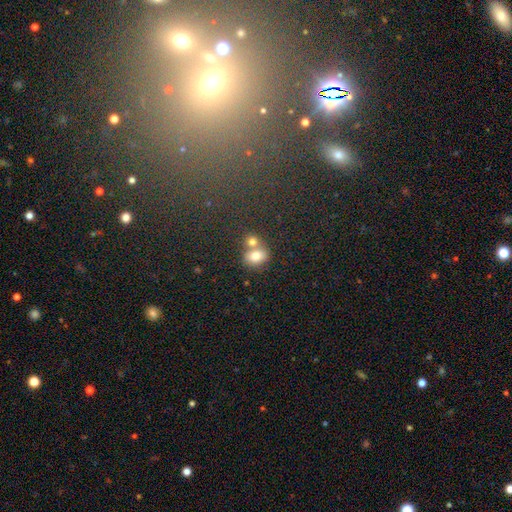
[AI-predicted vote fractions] smooth_or_featured: smooth (p=0.77) [alt: featured or disk p=0.12]
how_rounded: in between (p=0.53) [alt: round p=0.46]
merging: merger (p=0.47) [alt: none p=0.41]